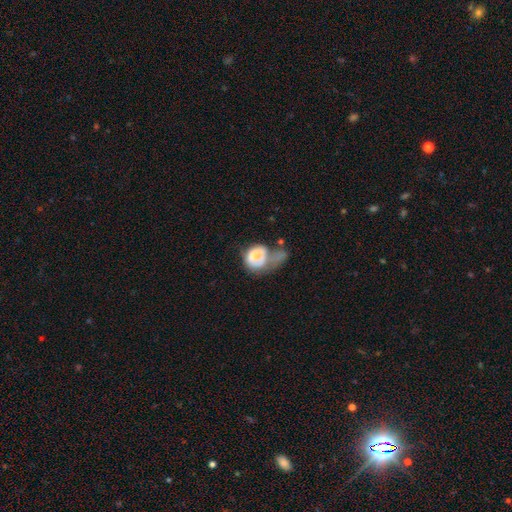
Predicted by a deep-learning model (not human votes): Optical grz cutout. It shows a smooth galaxy with no disk features (52%) that is round (56%). Merging: major disturbance (45%).